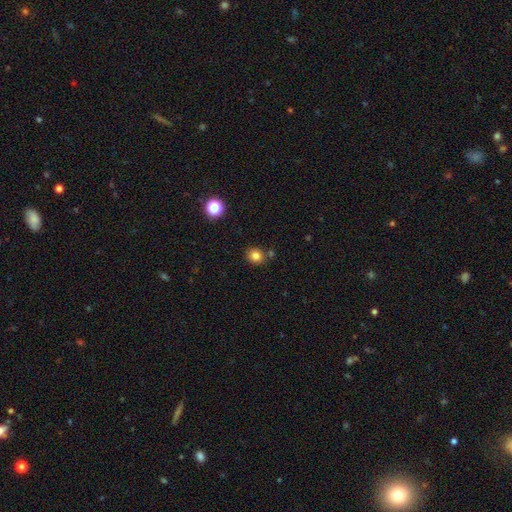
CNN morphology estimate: Overall: smooth (81%). How rounded: round (79%). Merging: none (79%).